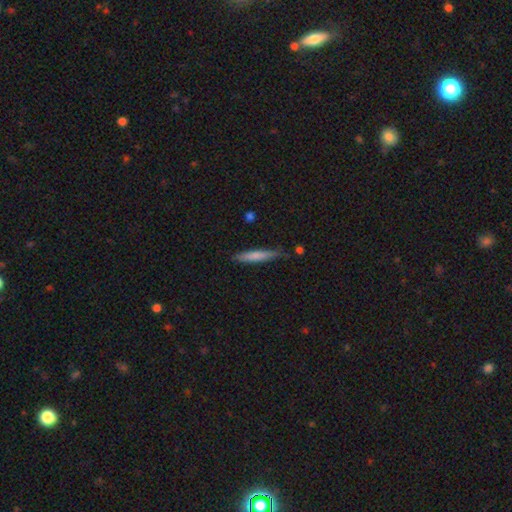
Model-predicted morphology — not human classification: smooth 73%, featured or disk 21%, star or artifact 6%. Down the decision tree: how rounded — cigar-shaped (92%); merging — none (78%).